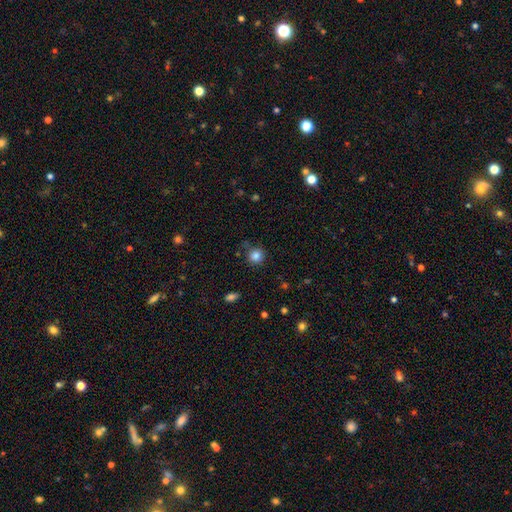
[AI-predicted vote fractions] This is clearly a smooth galaxy (84%). How rounded: clearly round (93%). Merging: clearly none (83%).